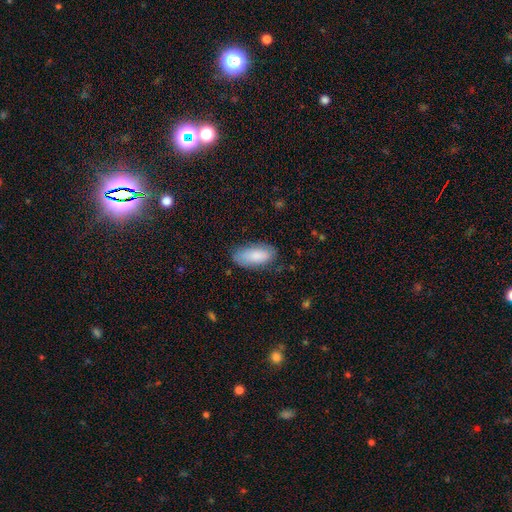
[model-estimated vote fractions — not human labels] Smooth or featured? Predicted: smooth (p=0.84). How rounded? Predicted: in between (p=0.87). Merging? Predicted: none (p=0.77).